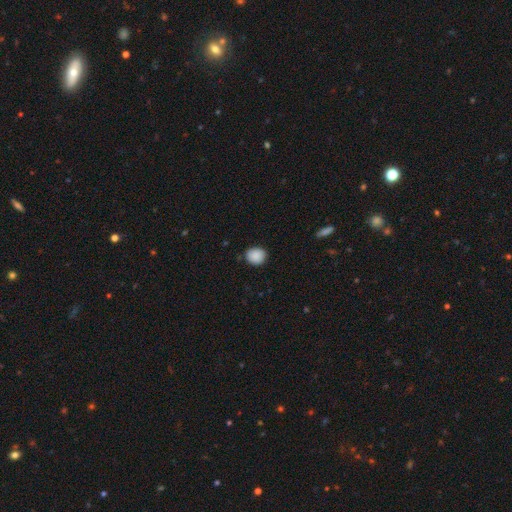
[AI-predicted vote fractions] Q: Smooth or featured?
A: smooth (89%); runner-up: star or artifact (8%)
Q: How rounded?
A: round (76%); runner-up: in between (23%)
Q: Merging?
A: none (86%); runner-up: minor disturbance (10%)